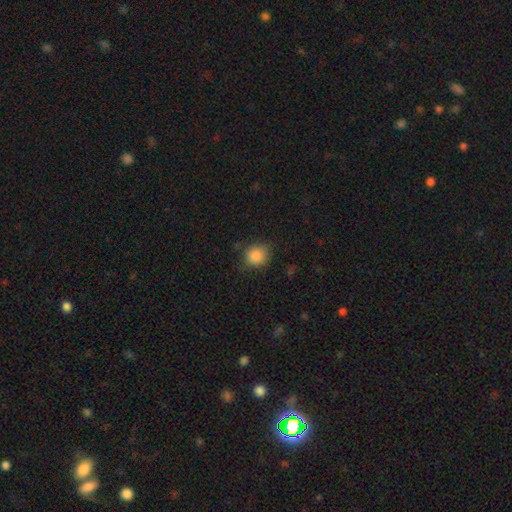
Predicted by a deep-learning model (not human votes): Smooth or featured: smooth — 87% (star or artifact — 9%)
How rounded: round — 79% (in between — 20%)
Merging: none — 80% (minor disturbance — 15%)